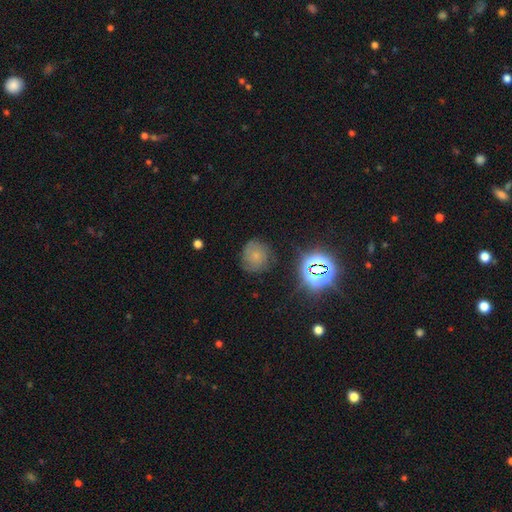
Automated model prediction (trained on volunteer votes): Q: Smooth or featured?
A: smooth (55%); runner-up: star or artifact (23%)
Q: How rounded?
A: round (88%); runner-up: in between (11%)
Q: Merging?
A: none (75%); runner-up: minor disturbance (17%)